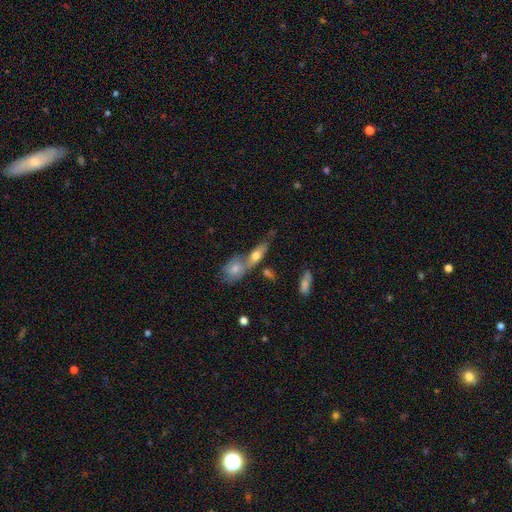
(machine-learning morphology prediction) smooth 56%, featured or disk 36%, star or artifact 8%. Down the decision tree: how rounded — in between (61%); merging — merger (51%).